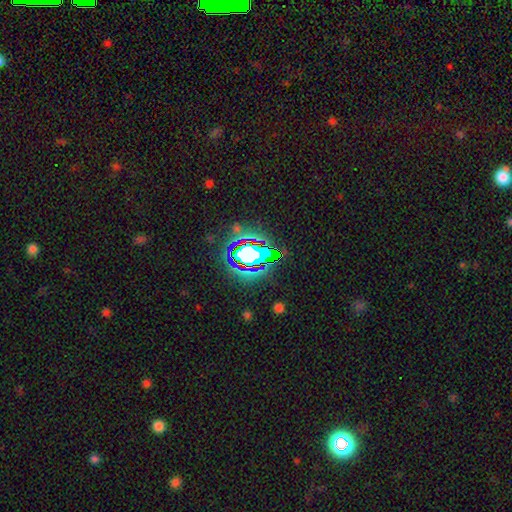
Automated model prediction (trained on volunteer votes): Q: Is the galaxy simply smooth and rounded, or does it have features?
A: star or artifact — 77%.